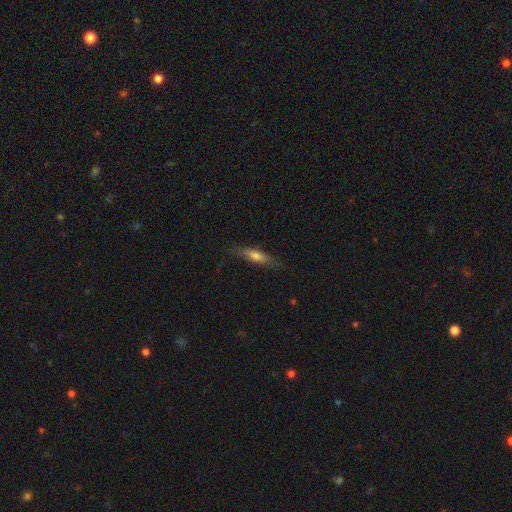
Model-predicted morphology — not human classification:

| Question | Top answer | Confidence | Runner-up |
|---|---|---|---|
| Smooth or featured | smooth | 60% | featured or disk (34%) |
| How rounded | cigar-shaped | 73% | in between (25%) |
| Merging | none | 80% | minor disturbance (15%) |